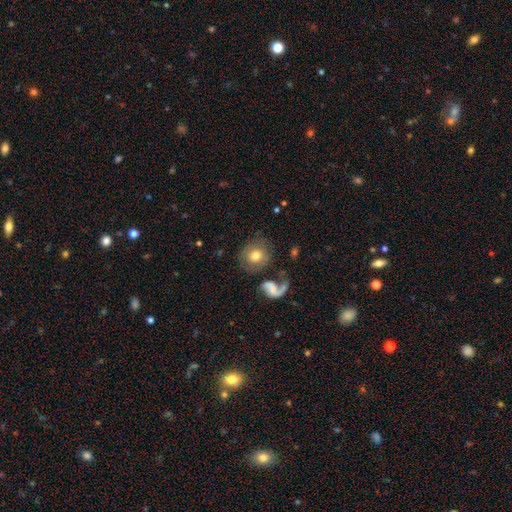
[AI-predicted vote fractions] This is possibly a smooth galaxy (52%). How rounded: likely round (80%). Merging: likely none (61%).